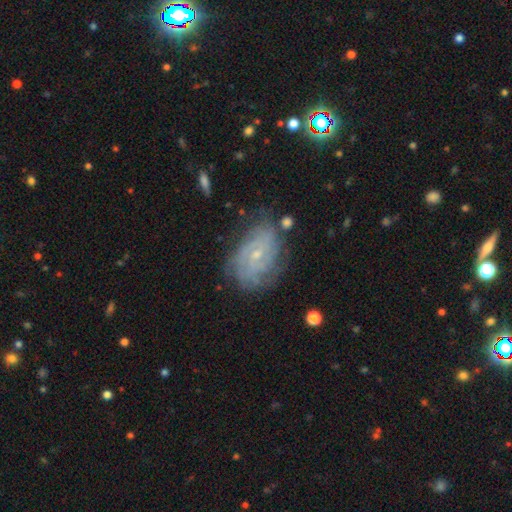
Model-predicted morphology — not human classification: A featured or disk galaxy (80%) with no bar (60%), tight (69%) spiral arms (94%) and a small central bulge (76%). Merging: none (70%).